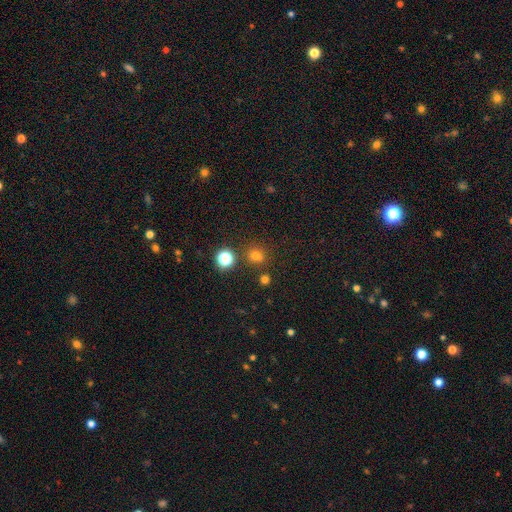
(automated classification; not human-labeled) smooth_or_featured: smooth (p=0.67) [alt: star or artifact p=0.26]
how_rounded: round (p=0.84) [alt: in between p=0.15]
merging: none (p=0.74) [alt: merger p=0.13]